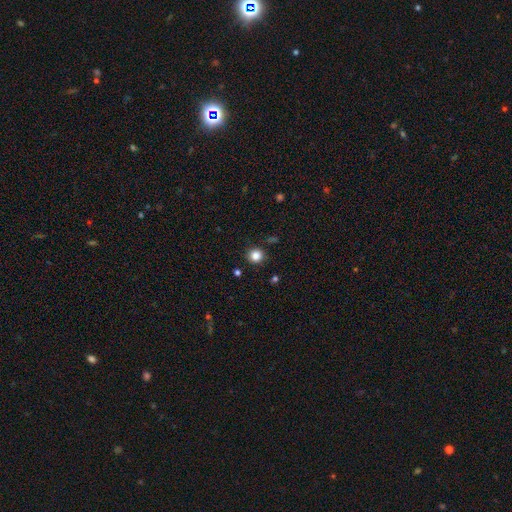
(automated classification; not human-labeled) This appears to be a smooth galaxy with no disk features (84%) that is round (92%). Merging: none (89%).